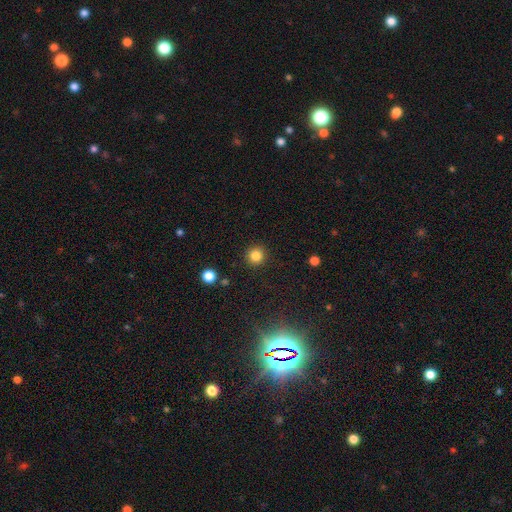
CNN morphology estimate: Q: Smooth or featured?
A: smooth (83%); runner-up: star or artifact (12%)
Q: How rounded?
A: round (94%); runner-up: in between (5%)
Q: Merging?
A: none (92%); runner-up: minor disturbance (5%)